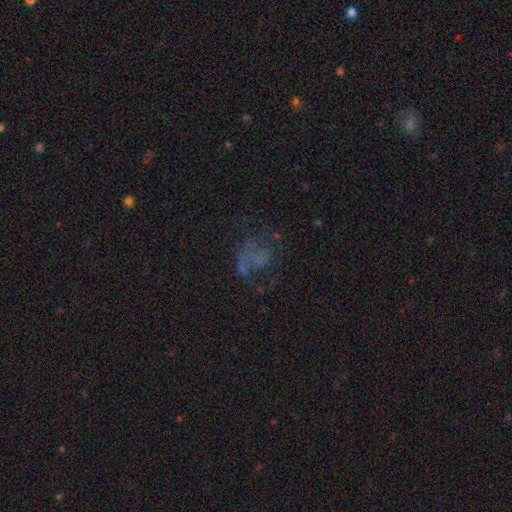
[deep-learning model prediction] Smooth or featured? featured or disk (42%)
Merging? none (41%)